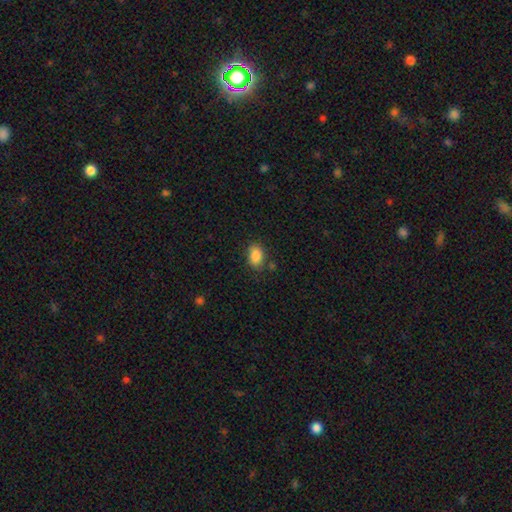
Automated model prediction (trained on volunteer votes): smooth 86%, star or artifact 8%, featured or disk 5%. Down the decision tree: how rounded — in between (80%); merging — none (75%).